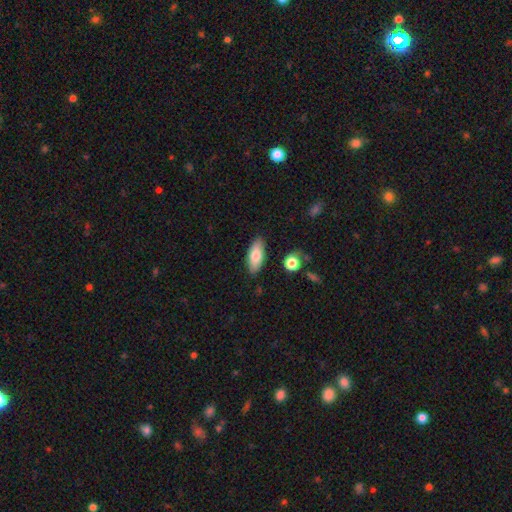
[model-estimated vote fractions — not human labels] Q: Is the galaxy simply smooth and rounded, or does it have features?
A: smooth — 78%.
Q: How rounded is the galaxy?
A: in between — 80%.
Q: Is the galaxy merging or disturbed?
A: none — 84%.